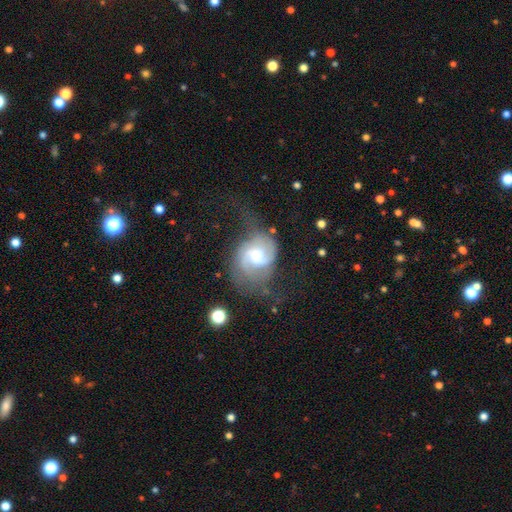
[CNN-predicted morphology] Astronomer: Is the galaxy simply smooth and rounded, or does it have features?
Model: featured or disk — 83%.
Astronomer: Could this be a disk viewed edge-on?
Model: no — 98%.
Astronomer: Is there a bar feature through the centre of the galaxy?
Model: no — 47% (runner-up: weak, 44%).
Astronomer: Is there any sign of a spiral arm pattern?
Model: yes — 96%.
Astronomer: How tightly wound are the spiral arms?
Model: medium — 50% (runner-up: loose, 28%).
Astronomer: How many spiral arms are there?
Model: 2 — 82%.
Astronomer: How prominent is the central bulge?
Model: moderate — 55% (runner-up: small, 33%).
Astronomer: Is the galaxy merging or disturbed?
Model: none — 47% (runner-up: major disturbance, 25%).